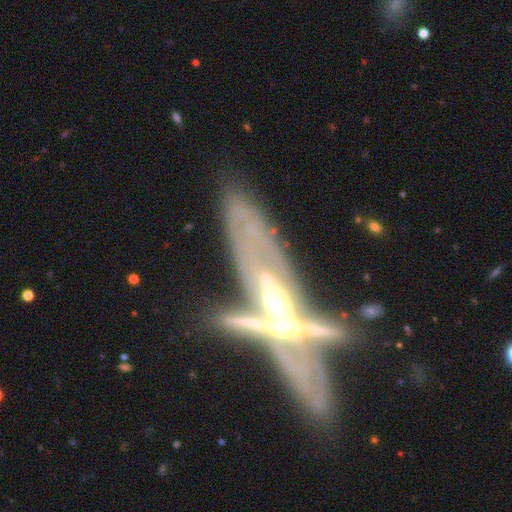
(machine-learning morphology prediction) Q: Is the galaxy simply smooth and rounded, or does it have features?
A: featured or disk — 79%.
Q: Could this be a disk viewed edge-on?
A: yes — 68%.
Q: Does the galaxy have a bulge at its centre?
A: rounded — 83%.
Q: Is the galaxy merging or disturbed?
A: merger — 46%.